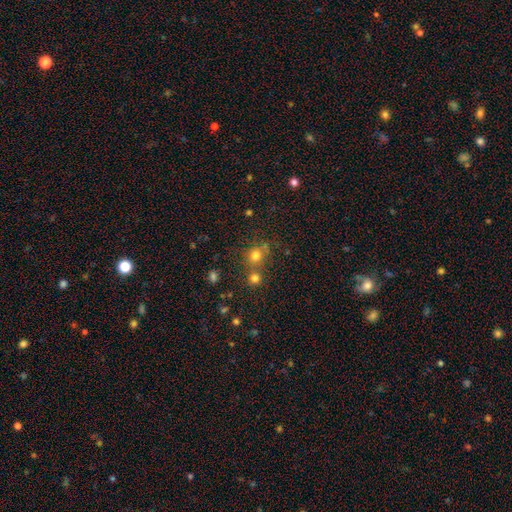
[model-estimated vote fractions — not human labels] The model was most divided on "merging": none: 60%, merger: 27%, minor disturbance: 9%, major disturbance: 4%. More confident: how rounded — round (87%); smooth or featured — smooth (72%).